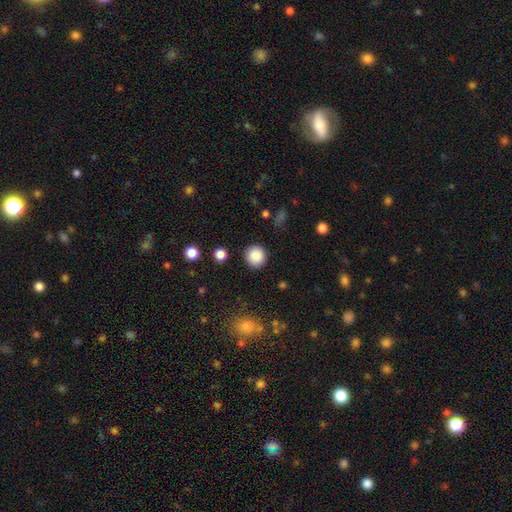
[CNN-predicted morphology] This appears to be a smooth galaxy with no disk features (87%) that is round (93%). Merging: none (90%).